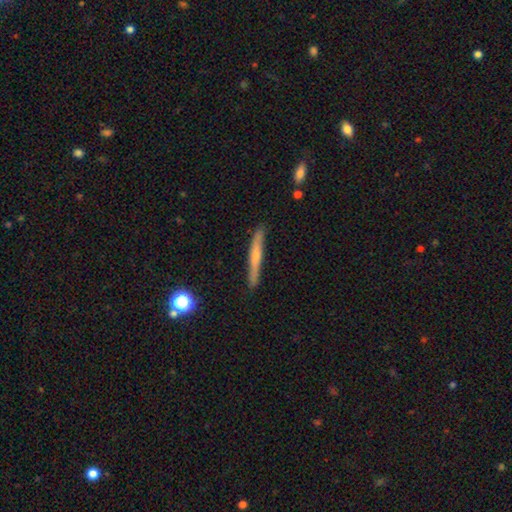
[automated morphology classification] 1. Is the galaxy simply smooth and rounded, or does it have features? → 50% featured or disk, 44% smooth, 7% star or artifact.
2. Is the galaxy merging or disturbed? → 86% none, 11% minor disturbance, 2% major disturbance, 2% merger.